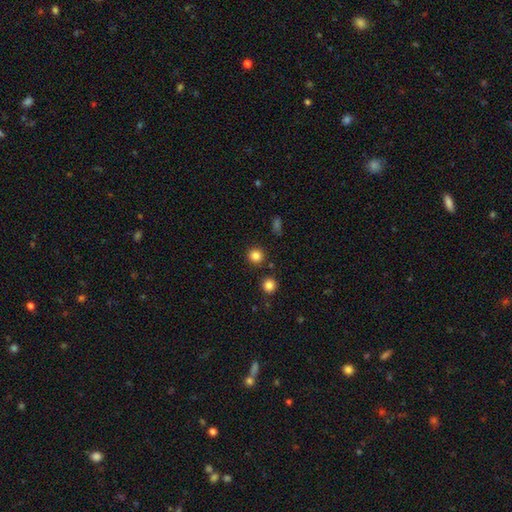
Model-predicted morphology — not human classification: This is clearly a smooth galaxy (84%). How rounded: clearly round (92%). Merging: clearly none (89%).